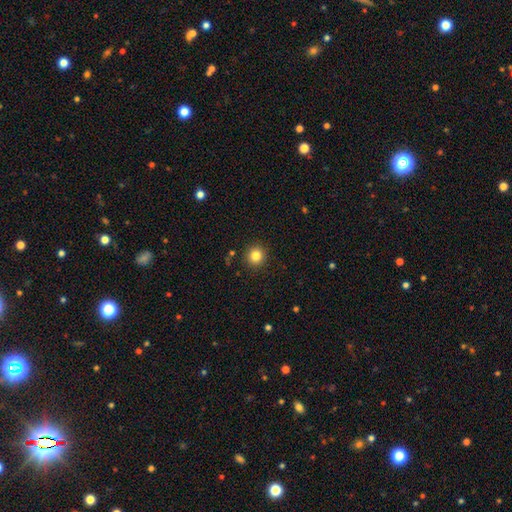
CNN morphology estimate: Q: Smooth or featured?
A: smooth (83%); runner-up: star or artifact (12%)
Q: How rounded?
A: round (93%); runner-up: in between (6%)
Q: Merging?
A: none (91%); runner-up: minor disturbance (6%)